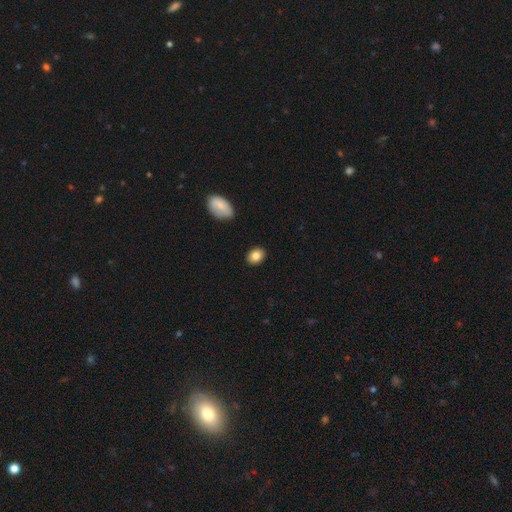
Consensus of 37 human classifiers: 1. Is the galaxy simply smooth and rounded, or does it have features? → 81% smooth, 16% featured or disk, 3% star or artifact.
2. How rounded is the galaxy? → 67% in between, 33% round, 0% cigar-shaped.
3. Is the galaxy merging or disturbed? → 83% none, 14% minor disturbance, 3% major disturbance, 0% merger.